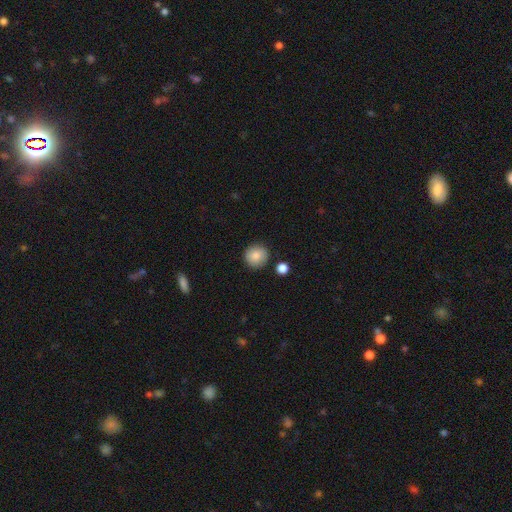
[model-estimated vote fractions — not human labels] smooth_or_featured: smooth (p=0.84) [alt: star or artifact p=0.08]
how_rounded: round (p=0.93) [alt: in between p=0.06]
merging: none (p=0.88) [alt: minor disturbance p=0.08]